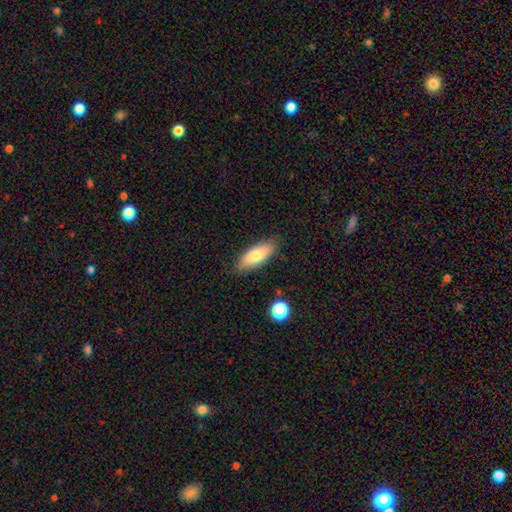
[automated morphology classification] Overall: smooth (77%). How rounded: in between (74%). Merging: none (85%).